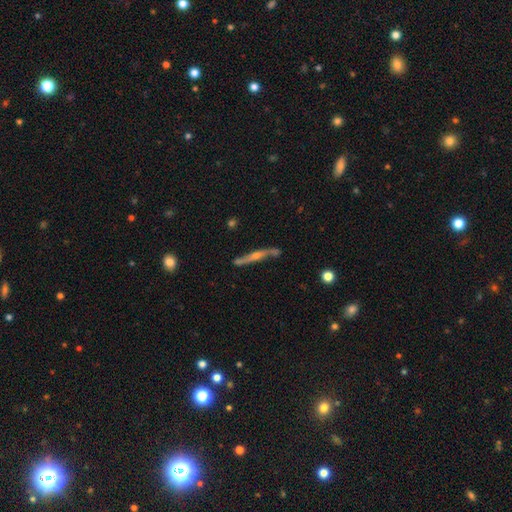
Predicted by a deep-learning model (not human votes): This appears to be a featured or disk galaxy (74%) viewed edge-on (87%) with a rounded central bulge (80%). Merging: none (71%).